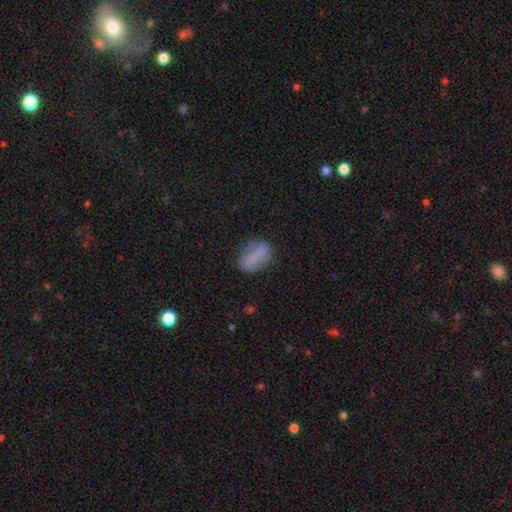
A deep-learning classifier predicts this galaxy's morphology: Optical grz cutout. It shows a smooth galaxy with no disk features (65%) that is in between round and cigar-shaped (79%). Merging: none (75%).